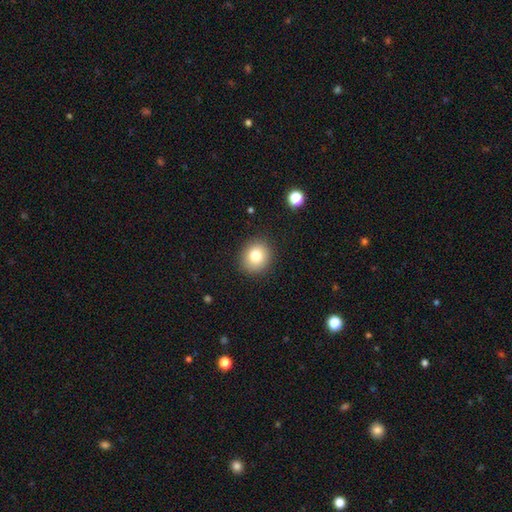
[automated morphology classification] Smooth or featured? smooth (79%)
How rounded? round (80%)
Merging? none (89%)